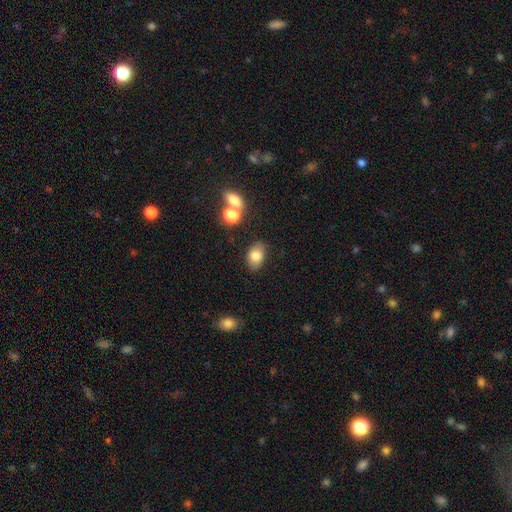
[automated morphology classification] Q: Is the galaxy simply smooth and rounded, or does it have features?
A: smooth — 79%.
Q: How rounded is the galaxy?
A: in between — 85%.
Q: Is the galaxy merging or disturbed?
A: none — 78%.